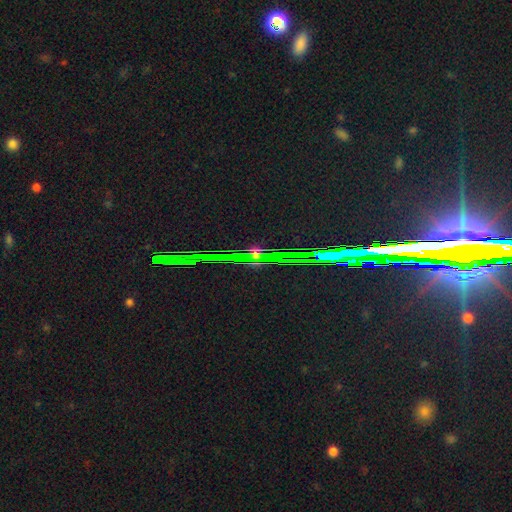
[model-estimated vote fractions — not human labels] smooth_or_featured: star or artifact (p=0.72) [alt: featured or disk p=0.17]